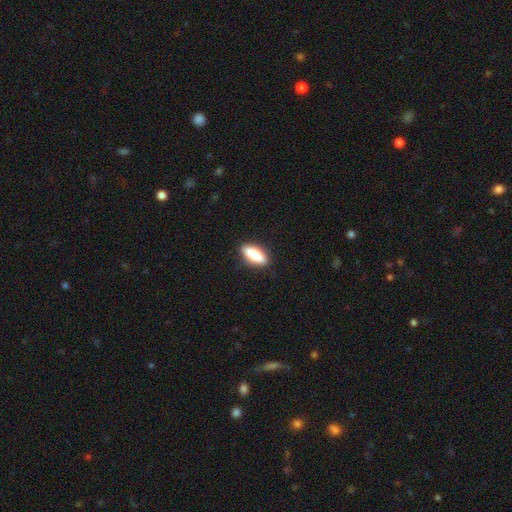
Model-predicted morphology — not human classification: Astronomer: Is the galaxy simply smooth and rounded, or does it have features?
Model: smooth — 75%.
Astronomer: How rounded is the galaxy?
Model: in between — 65%.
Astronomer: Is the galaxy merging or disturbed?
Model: none — 89%.